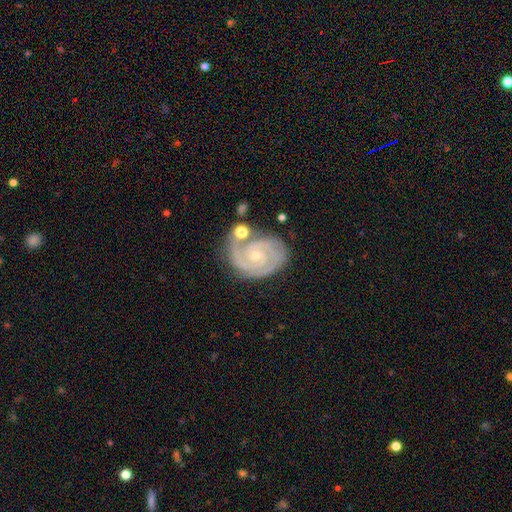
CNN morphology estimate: featured or disk 91%, star or artifact 5%, smooth 4%. Down the decision tree: edge-on disk — no (98%); bar — no (70%); spiral arms — yes (98%); spiral arm count — 2 (64%); spiral winding — tight (77%); bulge size — small (74%); merging — none (67%).